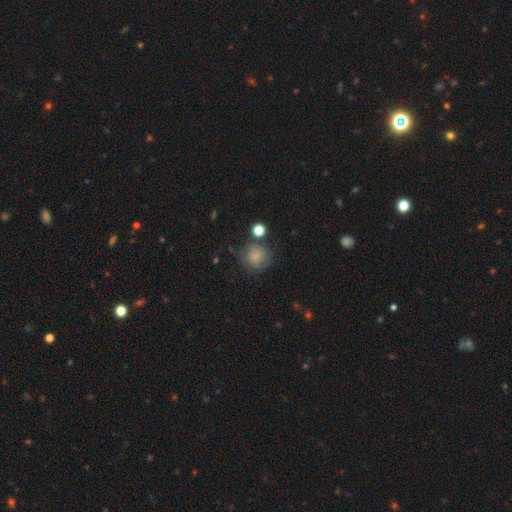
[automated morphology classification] A smooth galaxy with no disk features (77%) that is round (90%). Merging: none (68%).